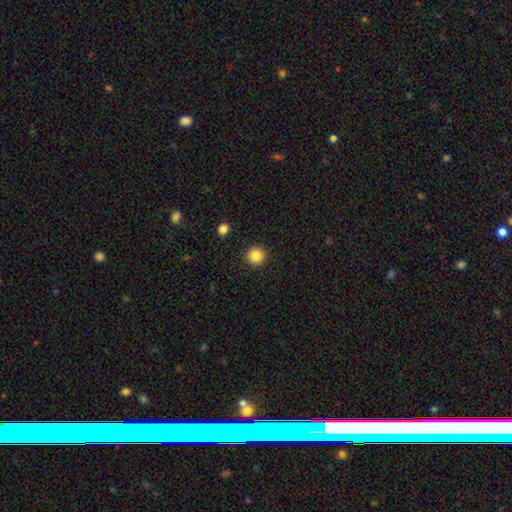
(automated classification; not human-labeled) This is clearly a smooth galaxy (87%). How rounded: clearly round (93%). Merging: clearly none (91%).